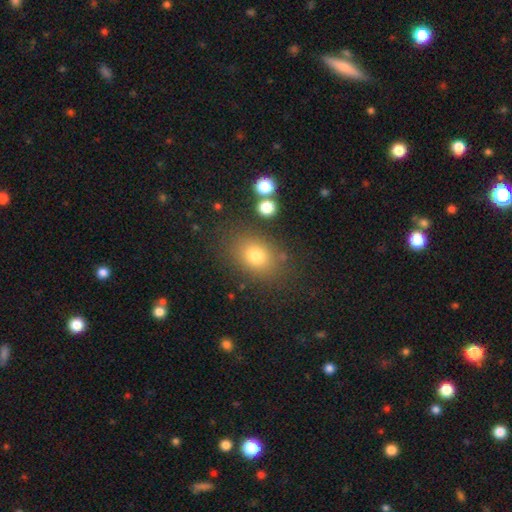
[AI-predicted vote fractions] This is likely a smooth galaxy (77%). How rounded: likely in between (61%). Merging: likely none (78%).